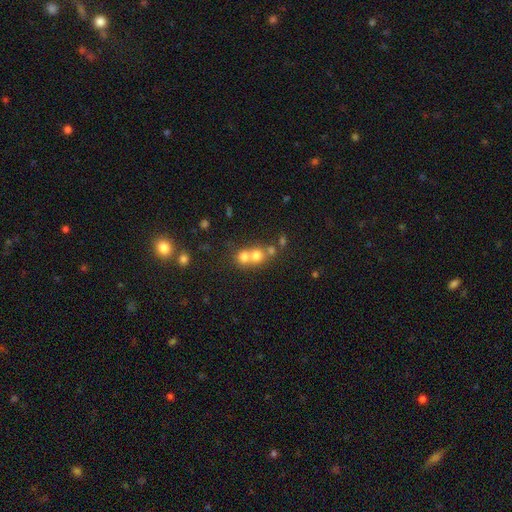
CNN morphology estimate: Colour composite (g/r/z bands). It shows a smooth galaxy with no disk features (70%) that is round (82%). Merging: merger (62%).